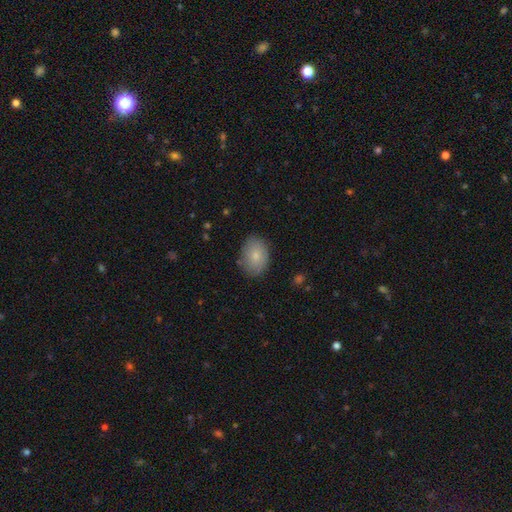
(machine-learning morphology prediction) A smooth galaxy with no disk features (82%) that is in between round and cigar-shaped (76%).

Vote fractions:
- Smooth or featured? smooth: 82% / featured or disk: 11% / star or artifact: 7%
- How rounded? in between: 76% / round: 23% / cigar-shaped: 1%
- Merging? none: 83% / minor disturbance: 13% / major disturbance: 3% / merger: 1%